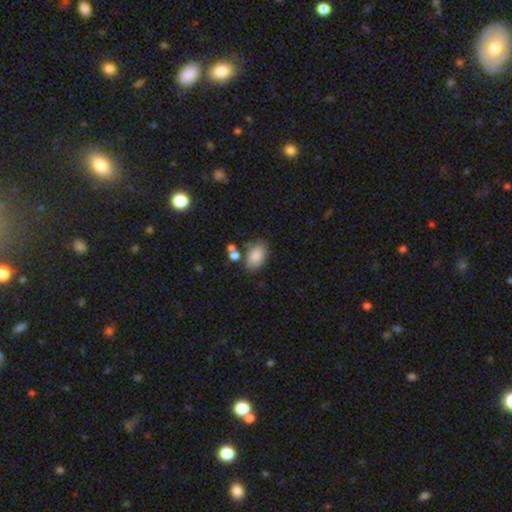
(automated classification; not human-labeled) This appears to be a smooth galaxy with no disk features (86%) that is in between round and cigar-shaped (90%). Merging: none (68%).